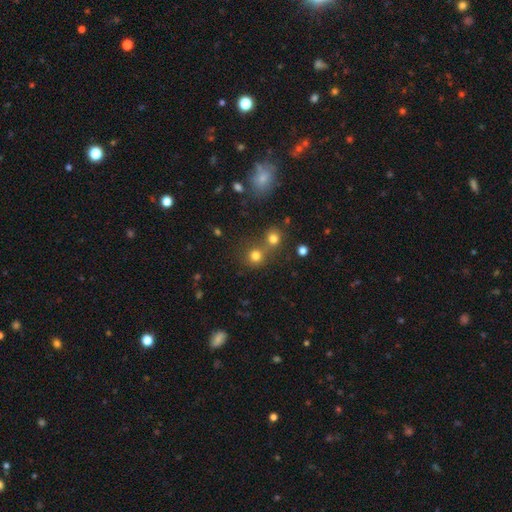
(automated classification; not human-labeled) smooth-or-featured: smooth: 76% | star or artifact: 16% | featured or disk: 7%
  how-rounded: round: 89% | in between: 10% | cigar-shaped: 1%
  merging: none: 57% | merger: 32% | minor disturbance: 7% | major disturbance: 4%